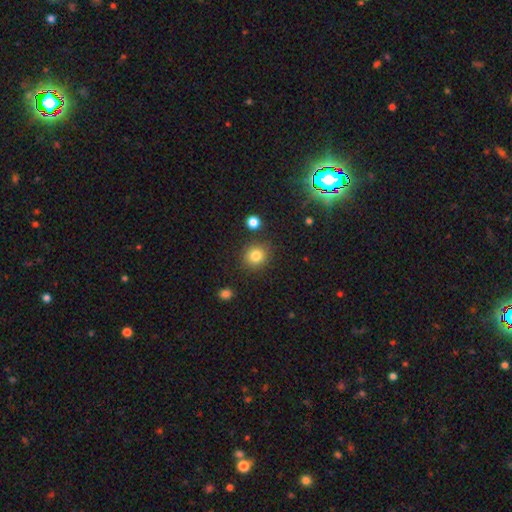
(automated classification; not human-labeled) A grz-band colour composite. It shows a smooth galaxy with no disk features (82%) that is round (86%). Merging: none (86%).